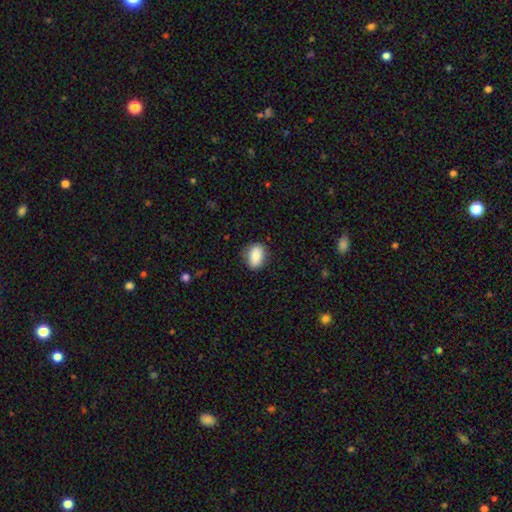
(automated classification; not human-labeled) Smooth or featured? smooth (86%)
How rounded? in between (80%)
Merging? none (82%)